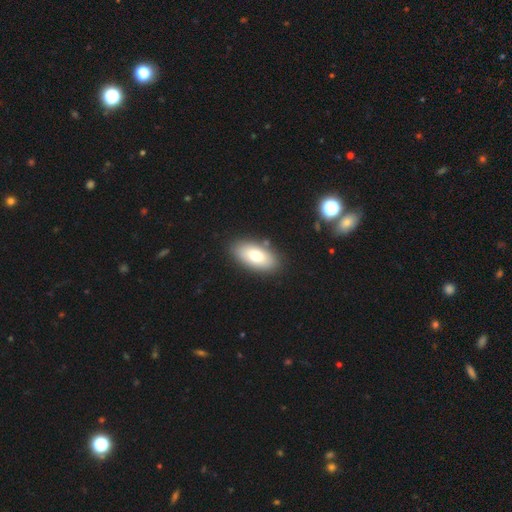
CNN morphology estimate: Overall: smooth (77%). How rounded: in between (91%). Merging: none (86%).